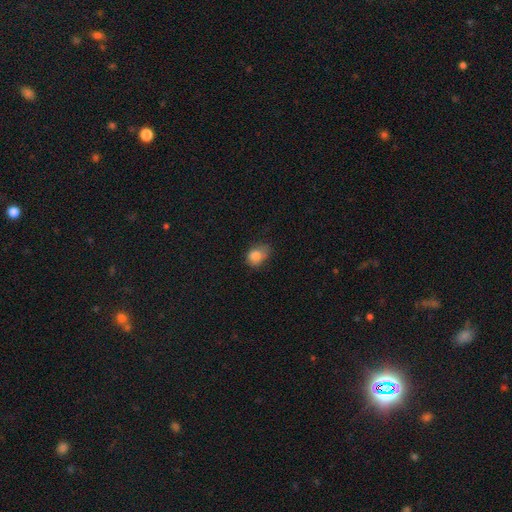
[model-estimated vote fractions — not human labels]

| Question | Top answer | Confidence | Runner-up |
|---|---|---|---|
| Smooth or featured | smooth | 83% | star or artifact (10%) |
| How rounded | in between | 58% | round (41%) |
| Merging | none | 44% | minor disturbance (39%) |